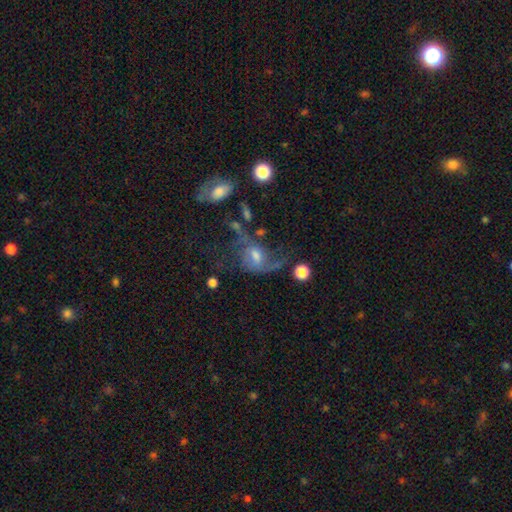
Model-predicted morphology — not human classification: Smooth or featured? Predicted: featured or disk (p=0.64). Edge-on disk? Predicted: no (p=0.96). Bar? Predicted: no (p=0.57). Spiral arms? Predicted: yes (p=0.79). Bulge size? Predicted: moderate (p=0.52). Merging? Predicted: none (p=0.36).